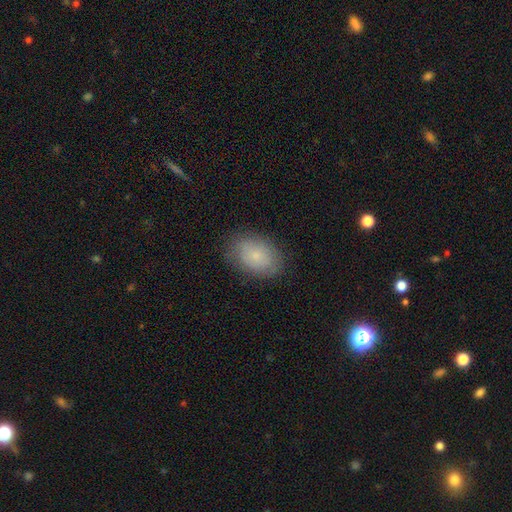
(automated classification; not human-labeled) smooth-or-featured: smooth: 76% | featured or disk: 15% | star or artifact: 8%
  how-rounded: in between: 83% | round: 16% | cigar-shaped: 1%
  merging: none: 81% | minor disturbance: 14% | major disturbance: 4% | merger: 1%